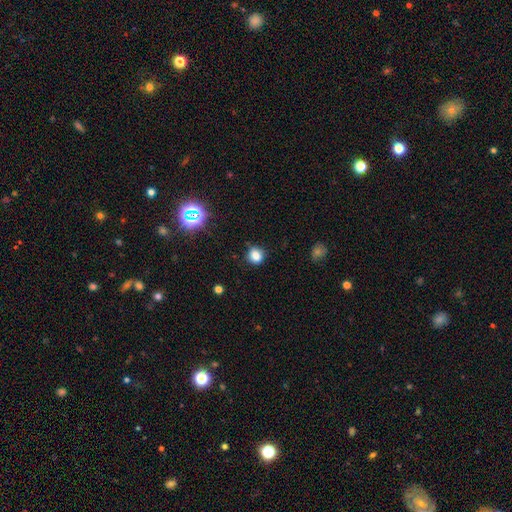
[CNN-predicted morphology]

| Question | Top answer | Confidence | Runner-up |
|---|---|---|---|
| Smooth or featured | smooth | 79% | star or artifact (15%) |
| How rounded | round | 83% | in between (16%) |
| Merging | none | 80% | minor disturbance (14%) |